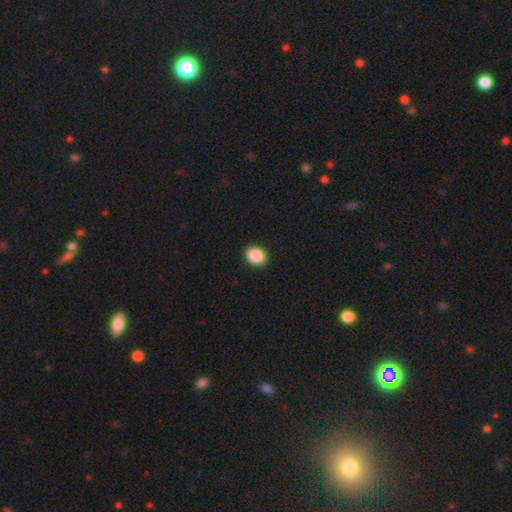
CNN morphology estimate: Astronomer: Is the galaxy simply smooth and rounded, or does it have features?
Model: smooth — 89%.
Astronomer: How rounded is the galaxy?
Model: in between — 57% (runner-up: round, 42%).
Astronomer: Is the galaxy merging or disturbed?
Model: none — 90%.